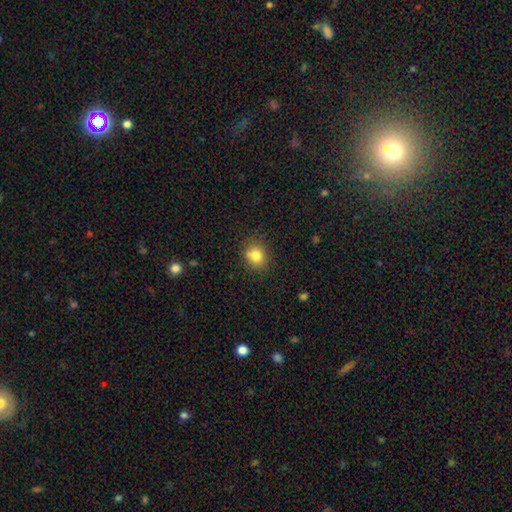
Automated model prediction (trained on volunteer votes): smooth 81%, star or artifact 11%, featured or disk 8%. Down the decision tree: how rounded — round (74%); merging — none (77%).